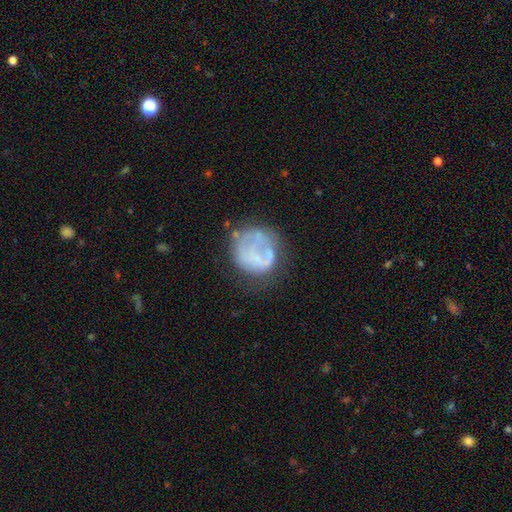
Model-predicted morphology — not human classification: A smooth galaxy with no disk features (47%).

Vote fractions:
- Smooth or featured? smooth: 47% / featured or disk: 41% / star or artifact: 12%
- Merging? none: 53% / minor disturbance: 23% / major disturbance: 20% / merger: 5%